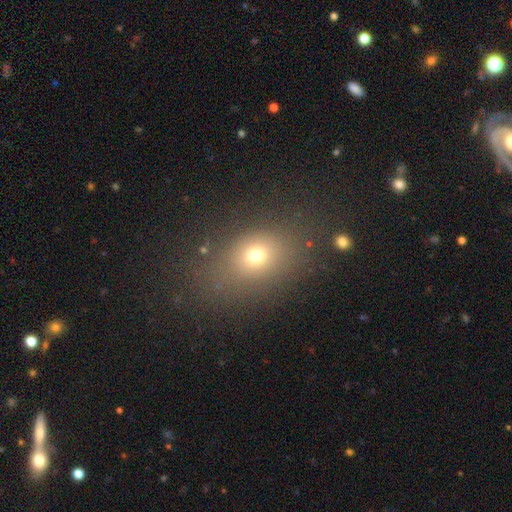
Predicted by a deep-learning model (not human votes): Smooth or featured? smooth (70%)
How rounded? in between (63%)
Merging? none (75%)